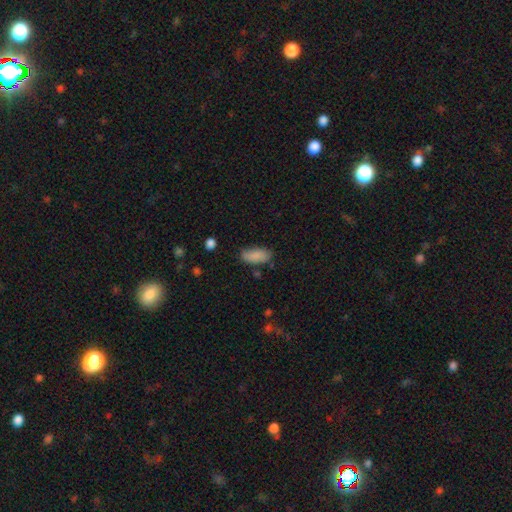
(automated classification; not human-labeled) Smooth or featured? Predicted: smooth (p=0.87). How rounded? Predicted: in between (p=0.86). Merging? Predicted: none (p=0.77).